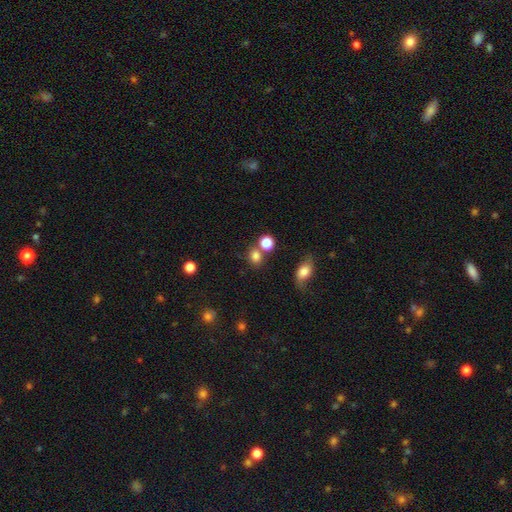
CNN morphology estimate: The model was most divided on "merging": none: 63%, merger: 22%, minor disturbance: 10%, major disturbance: 5%. More confident: smooth or featured — smooth (79%); how rounded — round (73%).